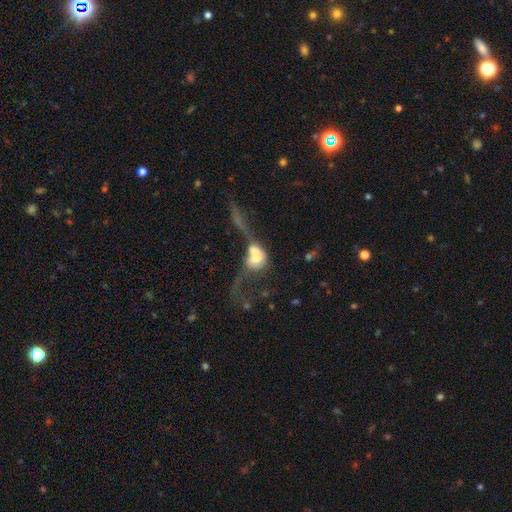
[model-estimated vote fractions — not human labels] Smooth or featured?
  - smooth: 49% *
  - featured or disk: 41%
  - star or artifact: 10%
Merging?
  - merger: 67% *
  - major disturbance: 19%
  - none: 8%
  - minor disturbance: 5%